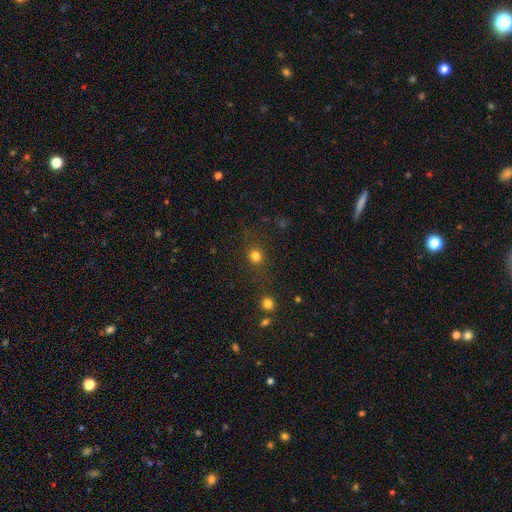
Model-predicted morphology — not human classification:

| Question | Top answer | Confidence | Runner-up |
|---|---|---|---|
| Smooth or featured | smooth | 78% | star or artifact (15%) |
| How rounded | round | 81% | in between (17%) |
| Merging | none | 78% | minor disturbance (11%) |